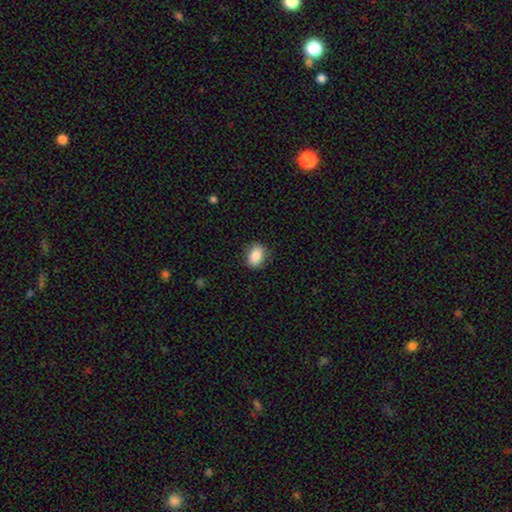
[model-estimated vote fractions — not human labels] smooth 86%, star or artifact 8%, featured or disk 6%. Down the decision tree: how rounded — in between (74%); merging — none (84%).